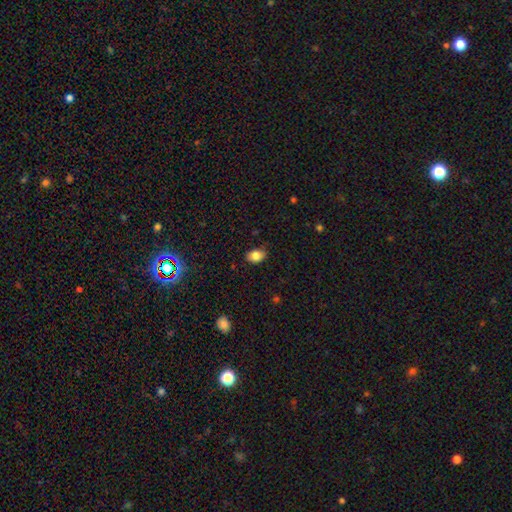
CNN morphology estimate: A smooth galaxy with no disk features (84%) that is in between round and cigar-shaped (80%).

Vote fractions:
- Smooth or featured? smooth: 84% / star or artifact: 9% / featured or disk: 7%
- How rounded? in between: 80% / round: 19% / cigar-shaped: 1%
- Merging? none: 82% / minor disturbance: 14% / major disturbance: 3% / merger: 1%